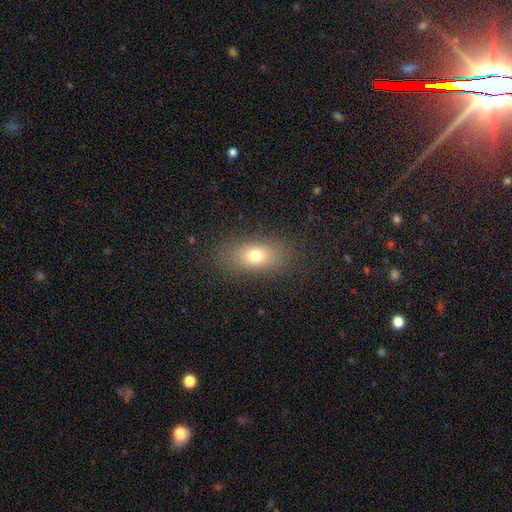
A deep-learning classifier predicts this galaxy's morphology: smooth 72%, featured or disk 15%, star or artifact 13%. Down the decision tree: how rounded — in between (78%); merging — none (84%).